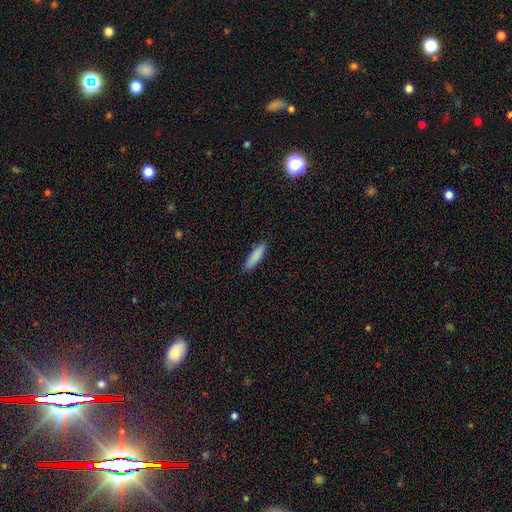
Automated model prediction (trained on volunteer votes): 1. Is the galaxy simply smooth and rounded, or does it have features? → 86% smooth, 8% featured or disk, 6% star or artifact.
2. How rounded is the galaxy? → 73% cigar-shaped, 26% in between, 1% round.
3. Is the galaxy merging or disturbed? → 86% none, 11% minor disturbance, 2% major disturbance, 1% merger.